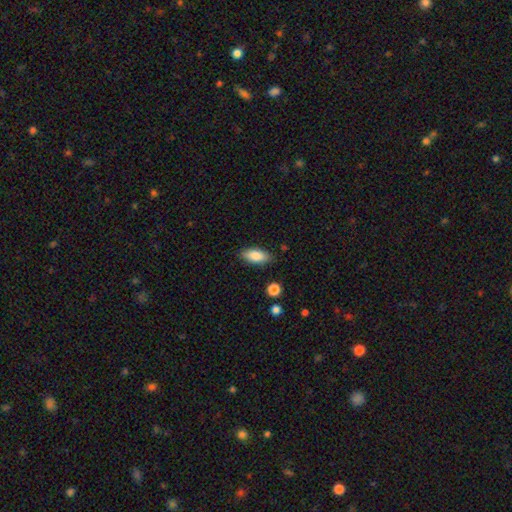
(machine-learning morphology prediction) Q: Smooth or featured?
A: smooth (85%); runner-up: featured or disk (8%)
Q: How rounded?
A: in between (84%); runner-up: cigar-shaped (13%)
Q: Merging?
A: none (84%); runner-up: minor disturbance (12%)